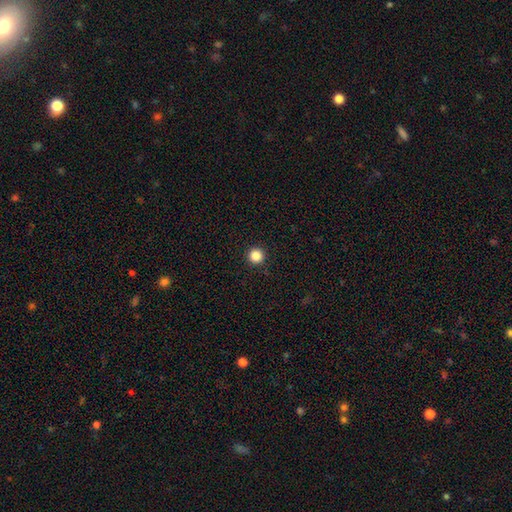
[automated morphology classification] smooth_or_featured: smooth (p=0.85) [alt: star or artifact p=0.11]
how_rounded: round (p=0.97) [alt: in between p=0.02]
merging: none (p=0.94) [alt: minor disturbance p=0.04]